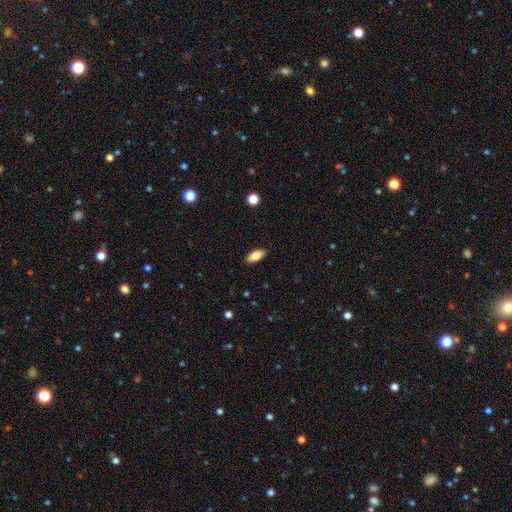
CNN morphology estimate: Smooth or featured?
  - smooth: 81% *
  - featured or disk: 12%
  - star or artifact: 7%
How rounded?
  - in between: 87% *
  - cigar-shaped: 10%
  - round: 2%
Merging?
  - none: 89% *
  - minor disturbance: 8%
  - major disturbance: 2%
  - merger: 1%